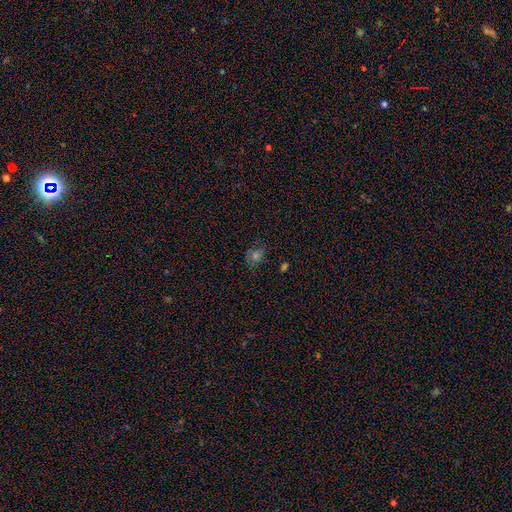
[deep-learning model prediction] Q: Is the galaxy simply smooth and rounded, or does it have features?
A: smooth — 60%.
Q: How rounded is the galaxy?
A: round — 68%.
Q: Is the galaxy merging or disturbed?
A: none — 70%.